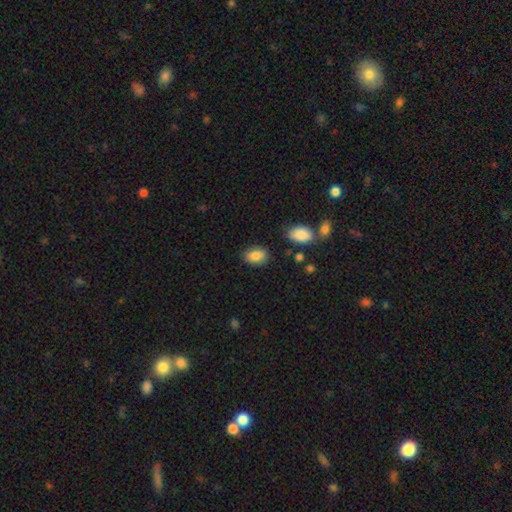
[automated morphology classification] A smooth galaxy with no disk features (86%) that is in between round and cigar-shaped (85%). Merging: none (84%).